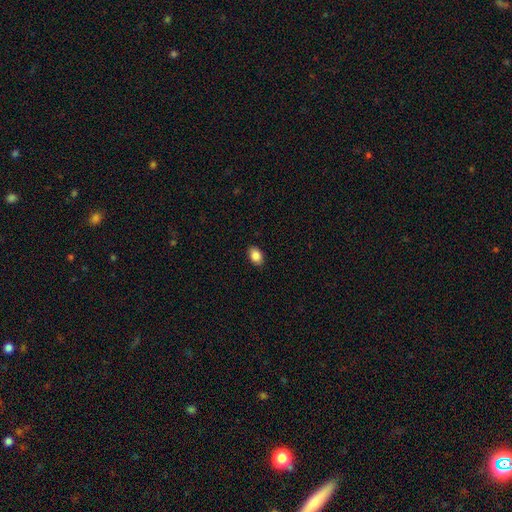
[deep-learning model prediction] This appears to be a smooth galaxy with no disk features (87%) that is in between round and cigar-shaped (85%). Merging: none (89%).